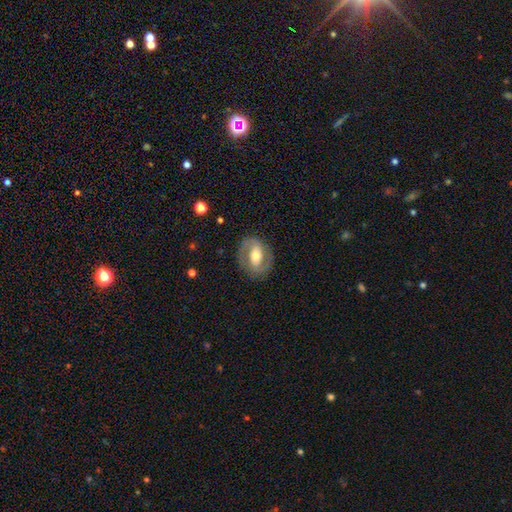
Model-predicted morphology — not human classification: Smooth or featured? Predicted: featured or disk (p=0.66). Edge-on disk? Predicted: no (p=0.95). Bar? Predicted: weak (p=0.36). Spiral arms? Predicted: yes (p=0.68). Bulge size? Predicted: moderate (p=0.67). Merging? Predicted: none (p=0.81).